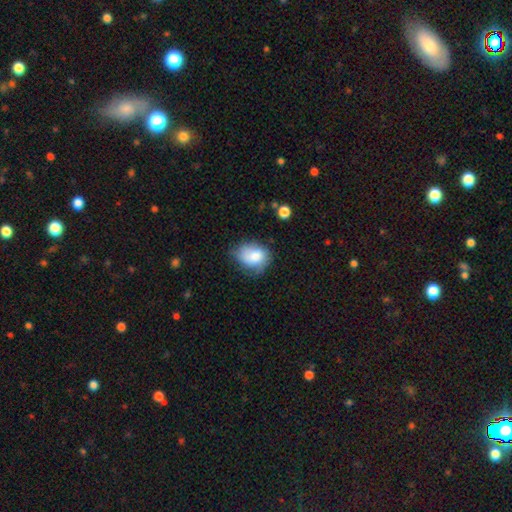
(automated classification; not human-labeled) smooth-or-featured: smooth: 77% | featured or disk: 15% | star or artifact: 8%
  how-rounded: in between: 55% | round: 44% | cigar-shaped: 1%
  merging: none: 49% | minor disturbance: 36% | major disturbance: 12% | merger: 3%